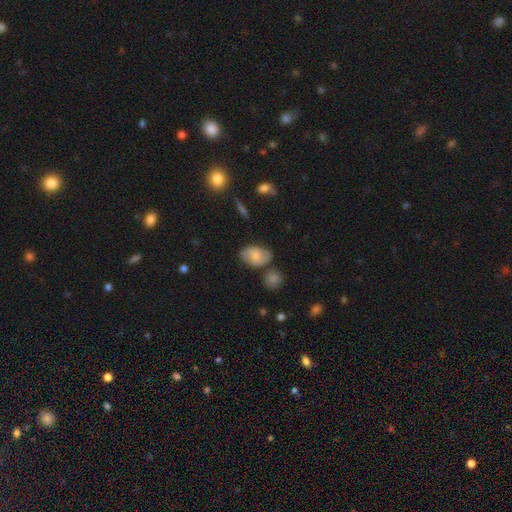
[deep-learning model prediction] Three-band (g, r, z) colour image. It shows a smooth galaxy with no disk features (67%) that is in between round and cigar-shaped (84%). Merging: none (66%).